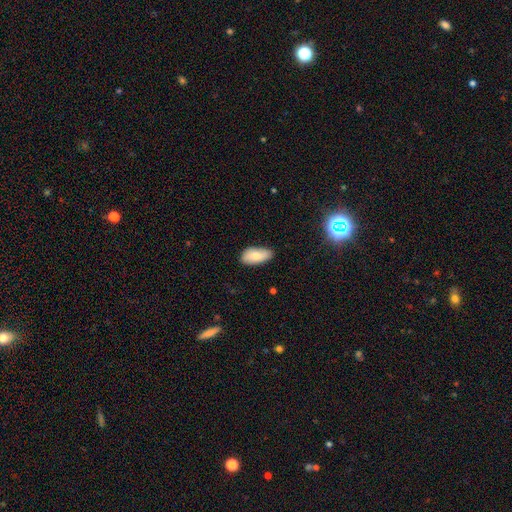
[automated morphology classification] smooth 80%, featured or disk 13%, star or artifact 7%. Down the decision tree: how rounded — in between (92%); merging — none (77%).